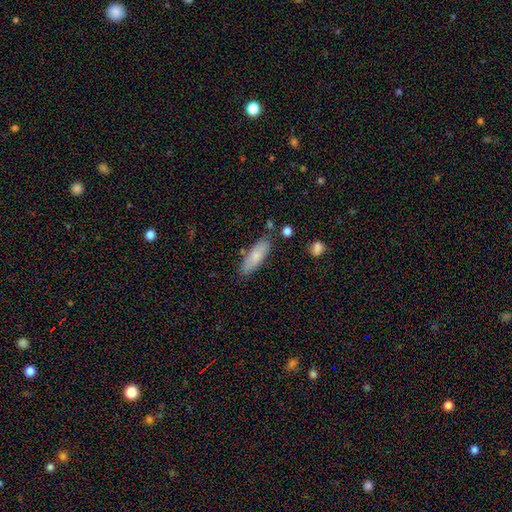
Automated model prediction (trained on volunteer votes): The model was most divided on "how rounded": in between: 53%, cigar-shaped: 46%, round: 2%. More confident: merging — none (78%); smooth or featured — smooth (78%).